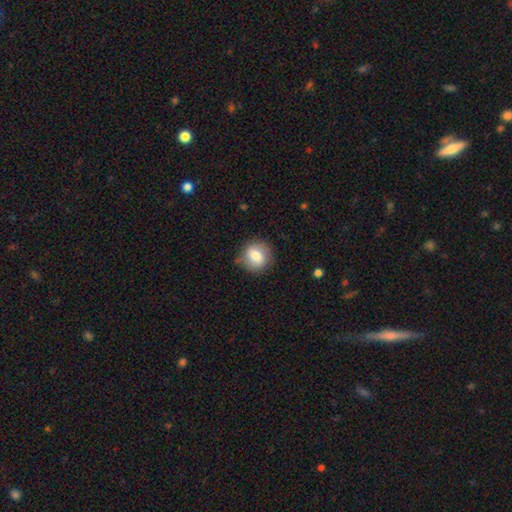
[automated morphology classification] smooth_or_featured: smooth (p=0.74) [alt: featured or disk p=0.18]
how_rounded: round (p=0.84) [alt: in between p=0.15]
merging: none (p=0.76) [alt: minor disturbance p=0.18]